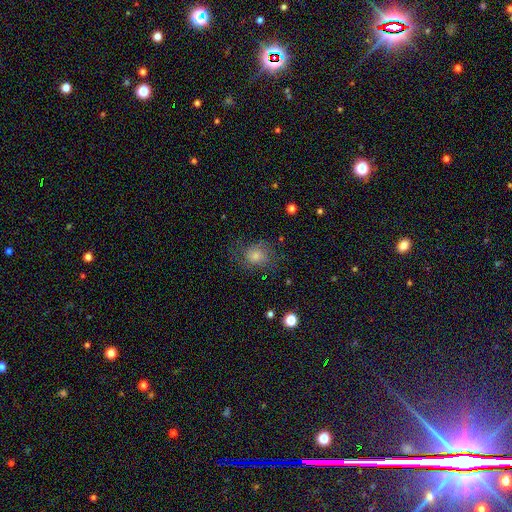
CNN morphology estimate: Smooth or featured: featured or disk — 42% (smooth — 40%)
Merging: none — 66% (minor disturbance — 19%)